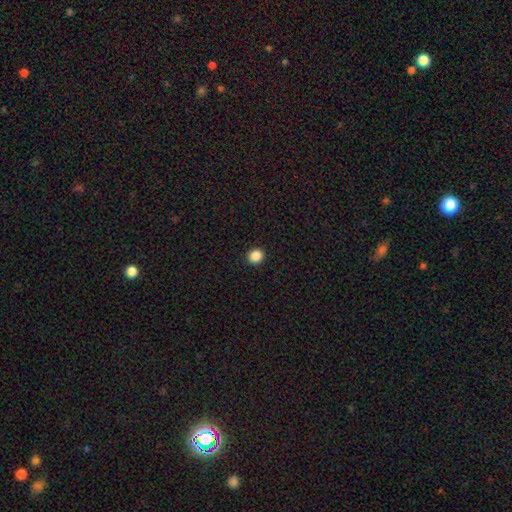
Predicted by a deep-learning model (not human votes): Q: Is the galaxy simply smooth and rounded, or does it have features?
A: smooth — 87%.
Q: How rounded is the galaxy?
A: round — 84%.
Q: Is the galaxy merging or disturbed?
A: none — 93%.